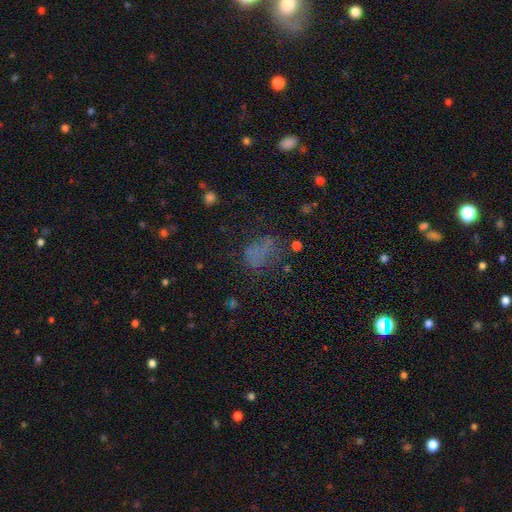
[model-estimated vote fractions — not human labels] A smooth galaxy with no disk features (55%) that is in between round and cigar-shaped (64%).

Vote fractions:
- Smooth or featured? smooth: 55% / star or artifact: 25% / featured or disk: 20%
- How rounded? in between: 64% / round: 34% / cigar-shaped: 2%
- Merging? none: 46% / major disturbance: 25% / minor disturbance: 23% / merger: 6%